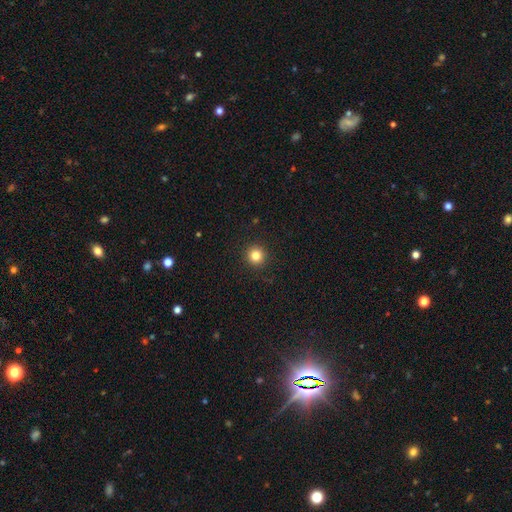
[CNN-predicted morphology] A smooth galaxy with no disk features (82%) that is round (95%). Merging: none (93%).